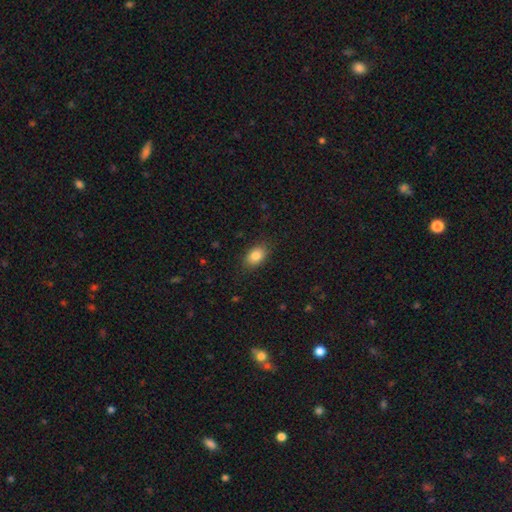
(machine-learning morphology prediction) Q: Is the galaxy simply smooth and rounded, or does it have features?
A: smooth — 85%.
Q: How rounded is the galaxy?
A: in between — 84%.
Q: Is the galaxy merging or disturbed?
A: none — 85%.